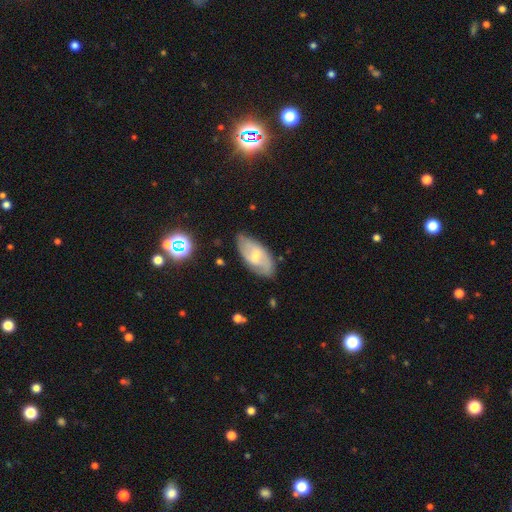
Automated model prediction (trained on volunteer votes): Smooth or featured? Predicted: featured or disk (p=0.57). Edge-on disk? Predicted: no (p=0.91). Bar? Predicted: weak (p=0.47). Spiral arms? Predicted: yes (p=0.75). Bulge size? Predicted: small (p=0.55). Merging? Predicted: none (p=0.75).